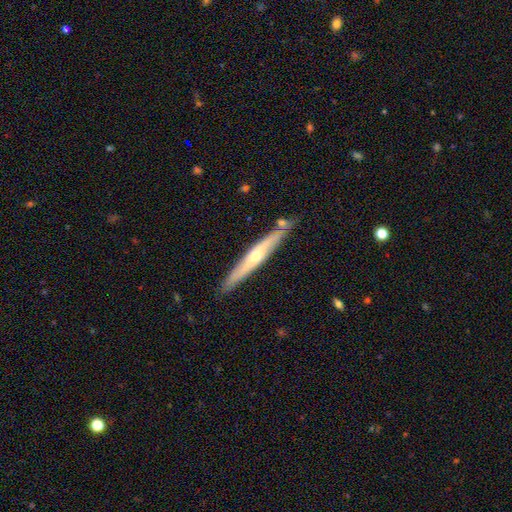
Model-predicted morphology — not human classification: type=featured or disk (62%); edge-on=yes (90%); edge-on bulge=rounded (79%); merging=none (79%).